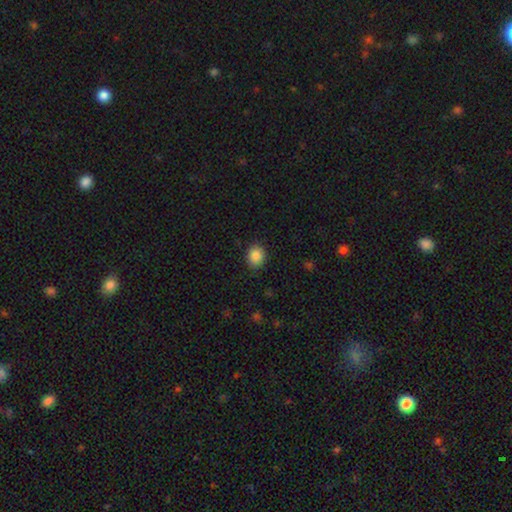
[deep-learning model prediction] A smooth galaxy with no disk features (87%) that is round (66%).

Vote fractions:
- Smooth or featured? smooth: 87% / star or artifact: 9% / featured or disk: 4%
- How rounded? round: 66% / in between: 33% / cigar-shaped: 1%
- Merging? none: 88% / minor disturbance: 9% / major disturbance: 2% / merger: 1%